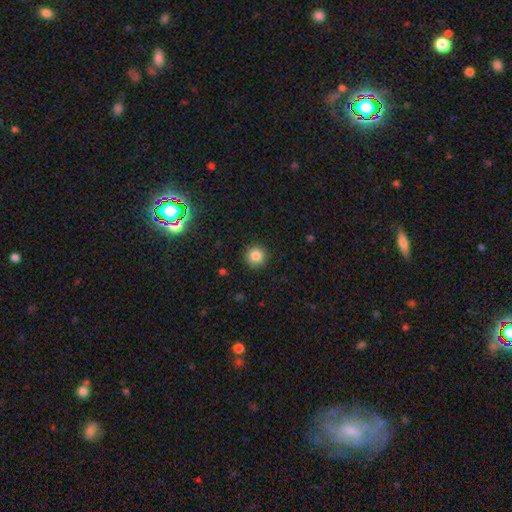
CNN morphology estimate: Smooth or featured? smooth (84%)
How rounded? round (95%)
Merging? none (92%)